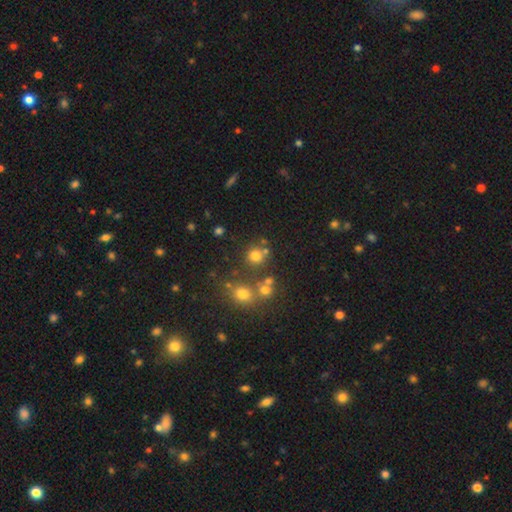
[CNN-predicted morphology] Smooth or featured? Predicted: smooth (p=0.72). How rounded? Predicted: round (p=0.89). Merging? Predicted: none (p=0.71).